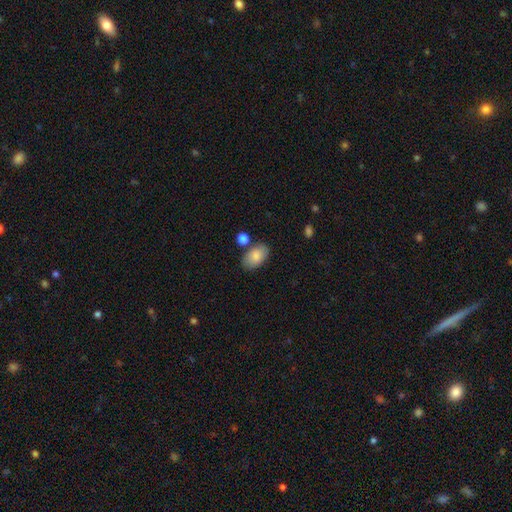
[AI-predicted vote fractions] Smooth or featured?
  - smooth: 85% *
  - featured or disk: 8%
  - star or artifact: 7%
How rounded?
  - in between: 92% *
  - round: 6%
  - cigar-shaped: 1%
Merging?
  - none: 75% *
  - minor disturbance: 13%
  - merger: 9%
  - major disturbance: 3%